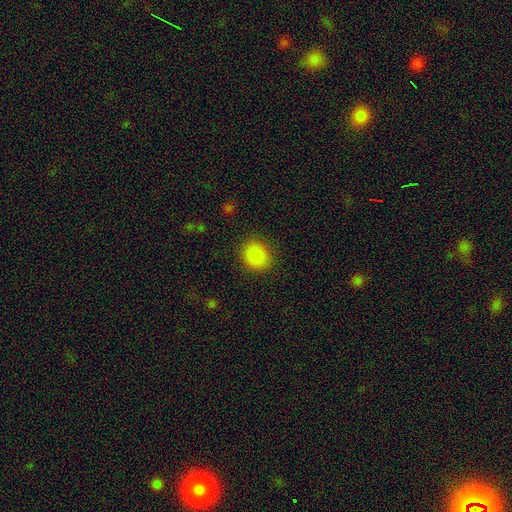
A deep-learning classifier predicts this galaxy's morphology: The model was most divided on "how rounded": round: 71%, in between: 28%, cigar-shaped: 1%. More confident: merging — none (88%); smooth or featured — smooth (87%).